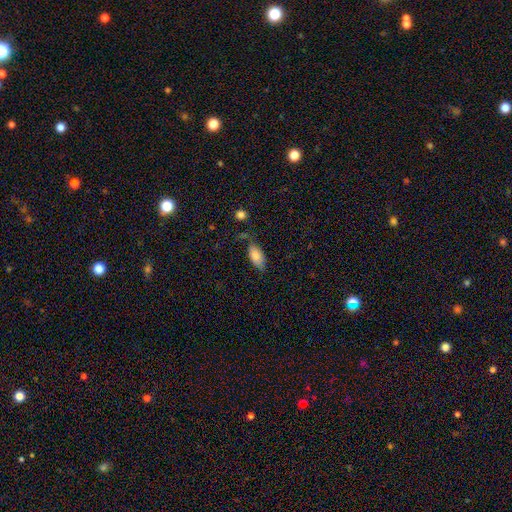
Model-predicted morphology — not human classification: smooth_or_featured: smooth (p=0.83) [alt: featured or disk p=0.10]
how_rounded: in between (p=0.91) [alt: cigar-shaped p=0.07]
merging: none (p=0.61) [alt: minor disturbance p=0.26]